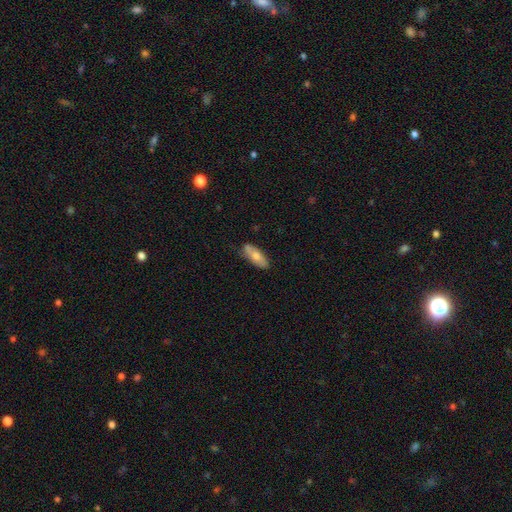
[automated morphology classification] smooth 69%, featured or disk 25%, star or artifact 6%. Down the decision tree: how rounded — in between (72%); merging — none (71%).